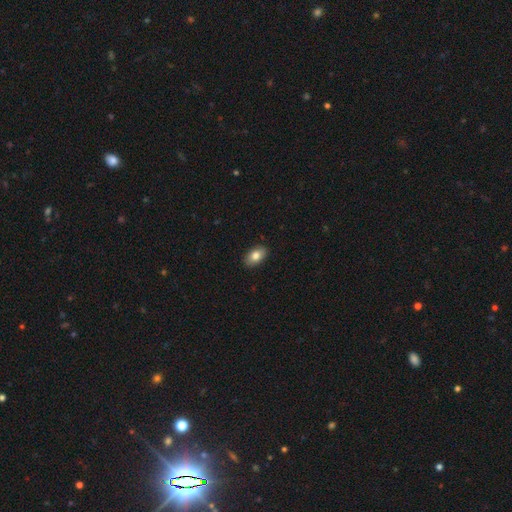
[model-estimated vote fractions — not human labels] A smooth galaxy with no disk features (82%) that is in between round and cigar-shaped (91%). Merging: none (89%).